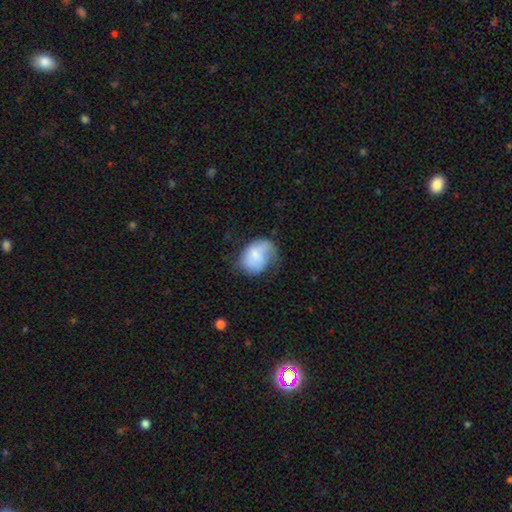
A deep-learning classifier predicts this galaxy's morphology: A smooth galaxy with no disk features (65%) that is in between round and cigar-shaped (61%). Merging: minor disturbance (36%, tied with none).